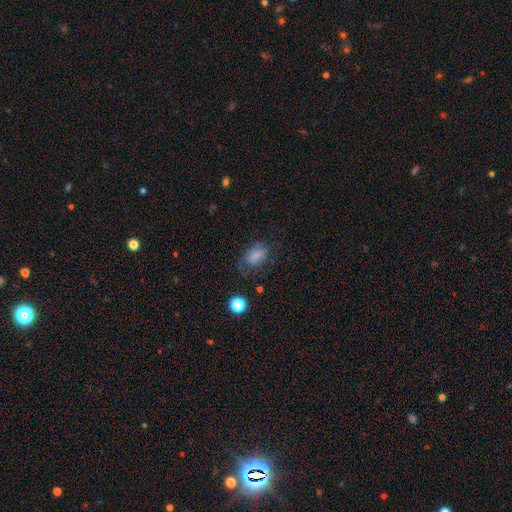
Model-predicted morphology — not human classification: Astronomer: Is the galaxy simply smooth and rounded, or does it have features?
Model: smooth — 75%.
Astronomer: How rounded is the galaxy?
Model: in between — 82%.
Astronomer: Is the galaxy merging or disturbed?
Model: none — 57%.